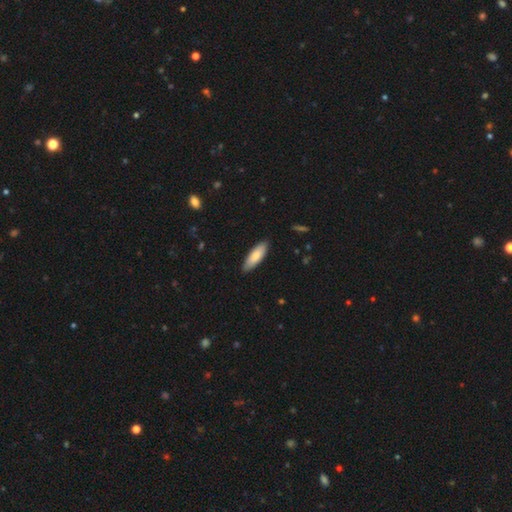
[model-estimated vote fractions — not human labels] A smooth galaxy with no disk features (80%) that is in between round and cigar-shaped (61%).

Vote fractions:
- Smooth or featured? smooth: 80% / featured or disk: 15% / star or artifact: 5%
- How rounded? in between: 61% / cigar-shaped: 37% / round: 2%
- Merging? none: 87% / minor disturbance: 10% / major disturbance: 2% / merger: 1%